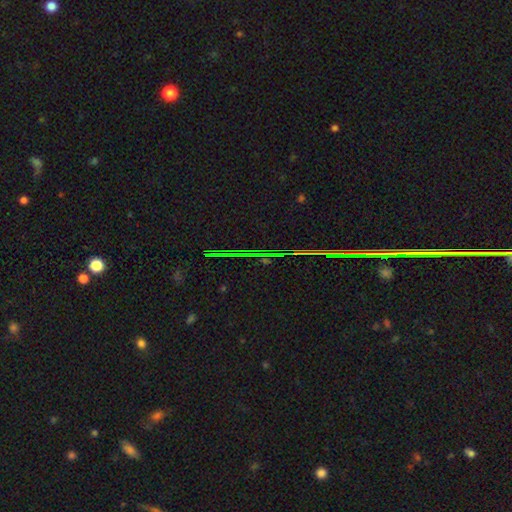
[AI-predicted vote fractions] A star or artifact, not a galaxy (81%).

Vote fractions:
- Smooth or featured? star or artifact: 81% / featured or disk: 10% / smooth: 10%